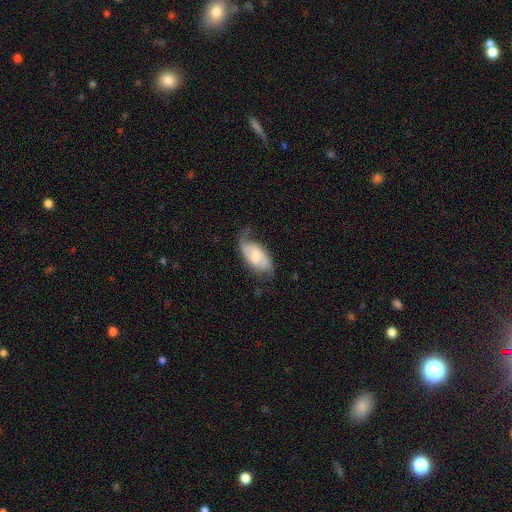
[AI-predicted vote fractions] Q: Smooth or featured?
A: featured or disk (63%); runner-up: smooth (31%)
Q: Edge-on disk?
A: no (93%); runner-up: yes (7%)
Q: Bar?
A: weak (47%); runner-up: no (39%)
Q: Spiral arms?
A: yes (88%); runner-up: no (12%)
Q: Spiral winding?
A: loose (48%); runner-up: medium (36%)
Q: Spiral arm count?
A: 2 (62%); runner-up: 1 (25%)
Q: Bulge size?
A: moderate (48%); runner-up: small (36%)
Q: Merging?
A: none (47%); runner-up: minor disturbance (28%)